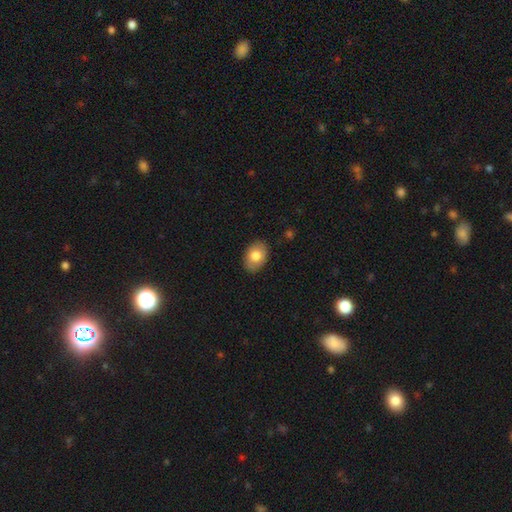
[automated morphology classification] smooth_or_featured: smooth (p=0.79) [alt: featured or disk p=0.14]
how_rounded: in between (p=0.81) [alt: round p=0.18]
merging: none (p=0.87) [alt: minor disturbance p=0.10]